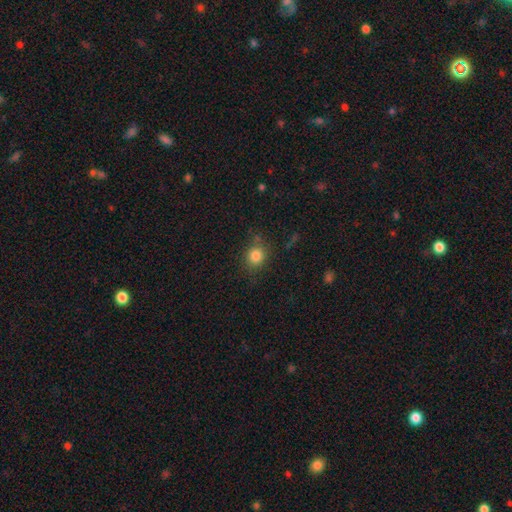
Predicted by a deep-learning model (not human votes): This appears to be a smooth galaxy with no disk features (82%) that is round (76%). Merging: none (75%).